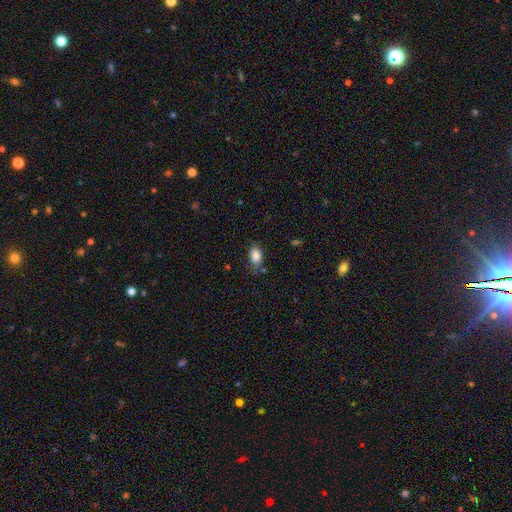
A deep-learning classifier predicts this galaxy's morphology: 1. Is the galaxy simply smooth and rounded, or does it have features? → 87% smooth, 8% star or artifact, 5% featured or disk.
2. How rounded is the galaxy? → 87% in between, 11% round, 2% cigar-shaped.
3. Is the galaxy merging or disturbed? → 72% none, 20% minor disturbance, 5% major disturbance, 3% merger.